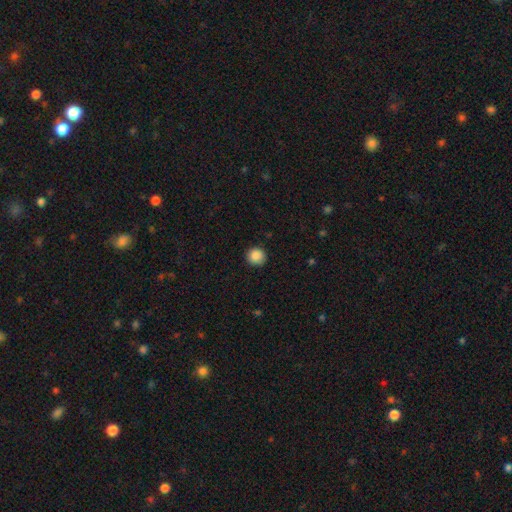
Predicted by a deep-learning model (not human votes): smooth 88%, star or artifact 9%, featured or disk 3%. Down the decision tree: how rounded — round (92%); merging — none (90%).